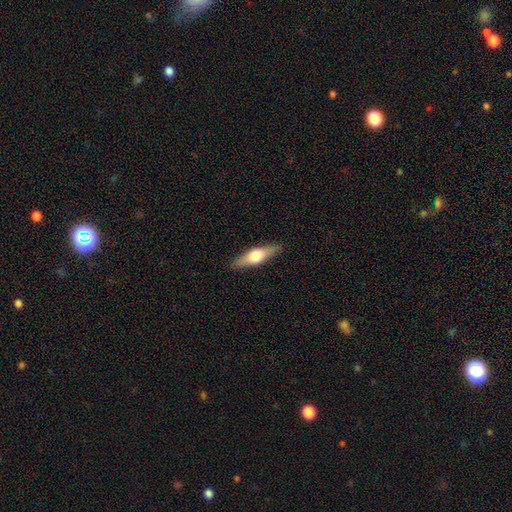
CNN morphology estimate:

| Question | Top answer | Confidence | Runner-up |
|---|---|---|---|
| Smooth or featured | smooth | 47% | tied: featured or disk (47%) |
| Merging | none | 89% | minor disturbance (8%) |